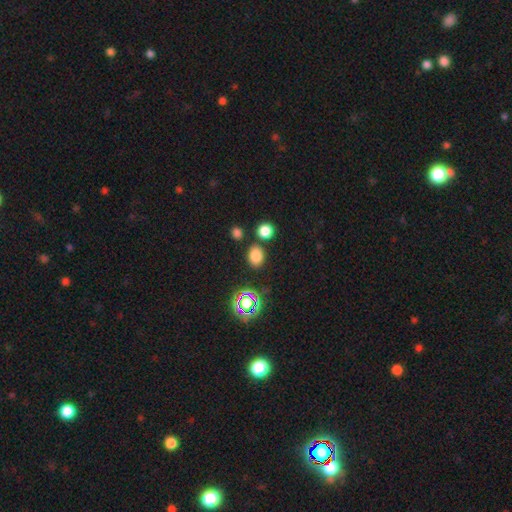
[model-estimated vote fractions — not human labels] A smooth galaxy with no disk features (77%) that is in between round and cigar-shaped (58%).

Vote fractions:
- Smooth or featured? smooth: 77% / star or artifact: 17% / featured or disk: 6%
- How rounded? in between: 58% / round: 41% / cigar-shaped: 1%
- Merging? none: 80% / minor disturbance: 9% / merger: 8% / major disturbance: 3%